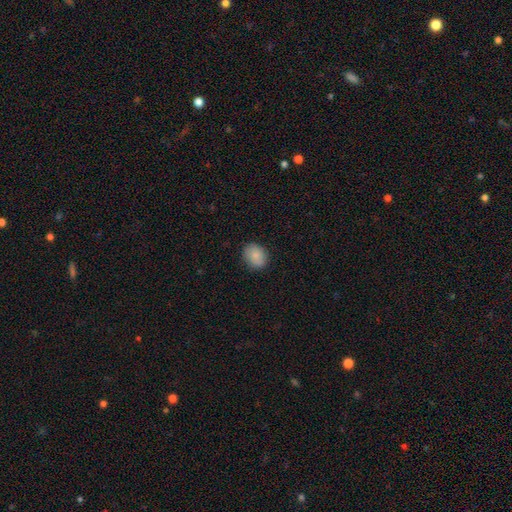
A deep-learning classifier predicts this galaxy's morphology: This is clearly a smooth galaxy (86%). How rounded: possibly in between (51%). Merging: clearly none (85%).